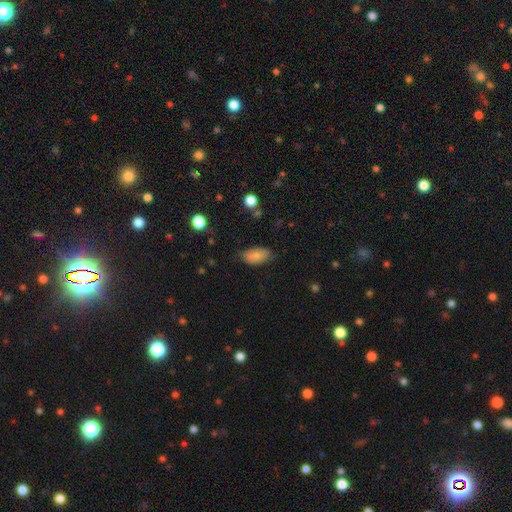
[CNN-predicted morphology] Overall: smooth (84%). How rounded: in between (93%). Merging: none (69%).